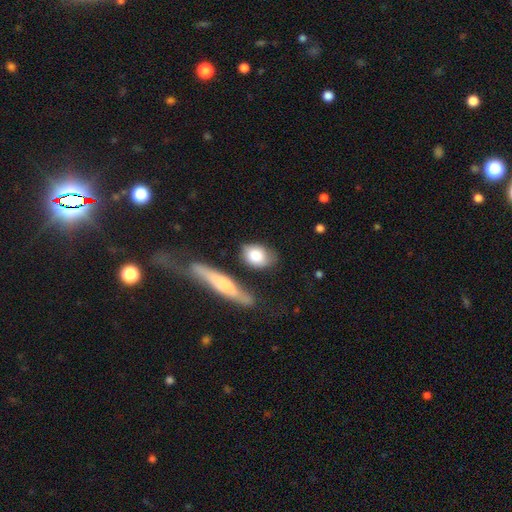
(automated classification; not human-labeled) Overall: smooth (79%). How rounded: in between (67%; round 27%). Merging: none (59%; minor disturbance 22%).